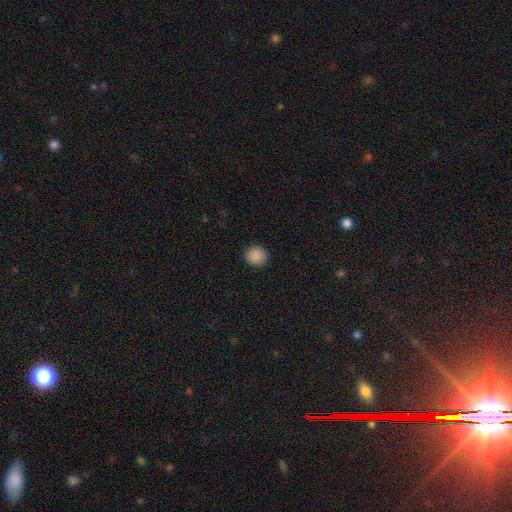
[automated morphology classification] Smooth or featured? Predicted: smooth (p=0.89). How rounded? Predicted: round (p=0.84). Merging? Predicted: none (p=0.91).